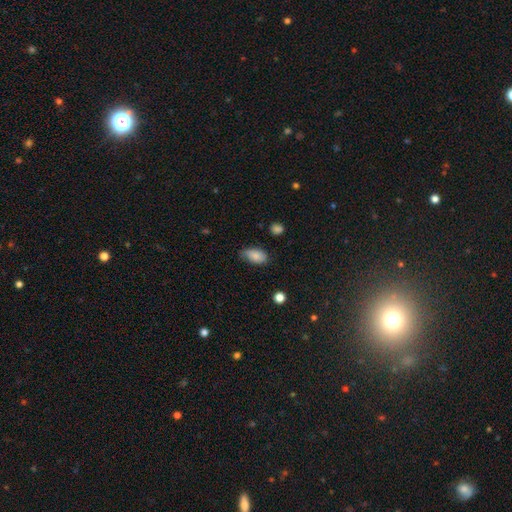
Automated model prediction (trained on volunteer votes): This is clearly a smooth galaxy (84%). How rounded: clearly in between (92%). Merging: likely none (60%).